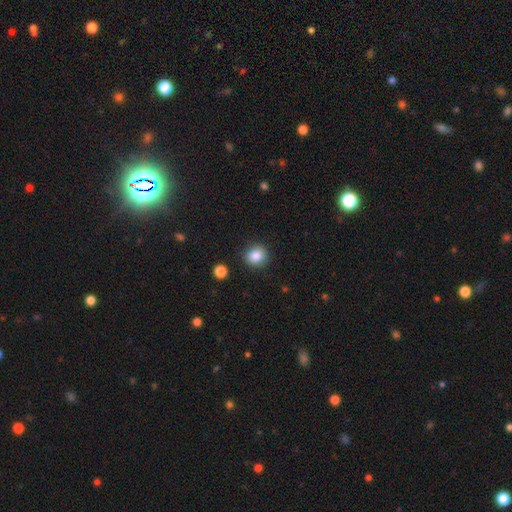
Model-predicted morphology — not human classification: Smooth or featured: smooth — 86% (star or artifact — 10%)
How rounded: round — 86% (in between — 13%)
Merging: none — 89% (minor disturbance — 7%)